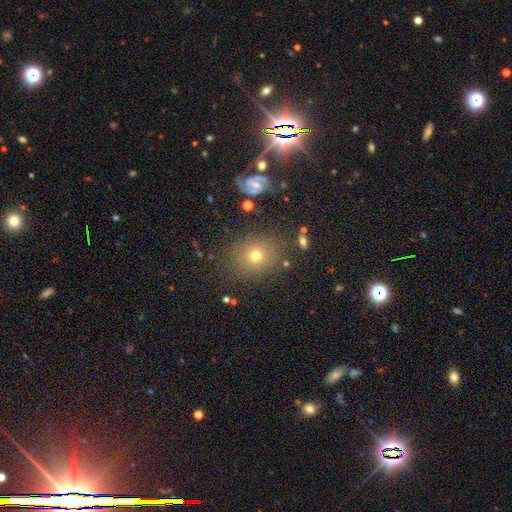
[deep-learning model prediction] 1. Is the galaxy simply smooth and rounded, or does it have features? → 67% smooth, 19% star or artifact, 14% featured or disk.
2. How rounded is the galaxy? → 66% round, 32% in between, 1% cigar-shaped.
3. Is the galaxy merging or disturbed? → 82% none, 11% minor disturbance, 4% major disturbance, 3% merger.